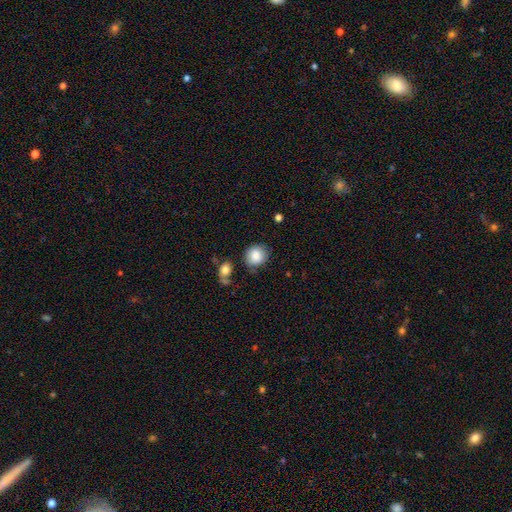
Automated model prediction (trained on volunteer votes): Smooth or featured: smooth — 85% (star or artifact — 8%)
How rounded: round — 81% (in between — 18%)
Merging: none — 74% (minor disturbance — 16%)